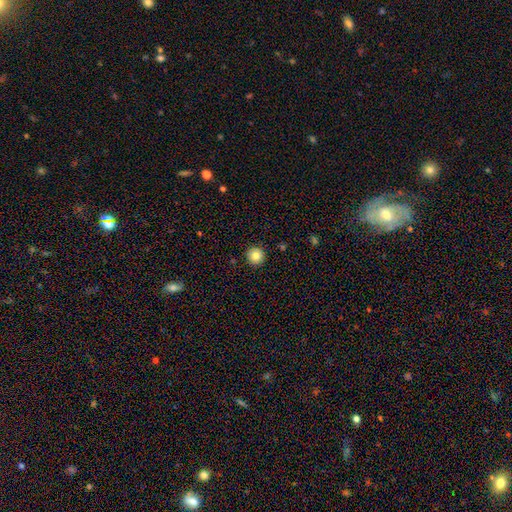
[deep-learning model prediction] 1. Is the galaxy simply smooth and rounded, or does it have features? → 84% smooth, 10% star or artifact, 6% featured or disk.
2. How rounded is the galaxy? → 96% round, 3% in between, 1% cigar-shaped.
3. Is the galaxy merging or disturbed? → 93% none, 5% minor disturbance, 2% major disturbance, 1% merger.